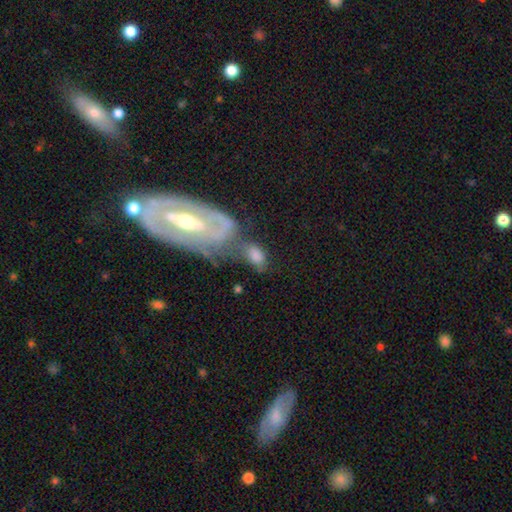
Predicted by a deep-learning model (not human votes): Smooth or featured: smooth — 67% (featured or disk — 23%)
How rounded: in between — 87% (round — 10%)
Merging: merger — 39% (none — 28%)